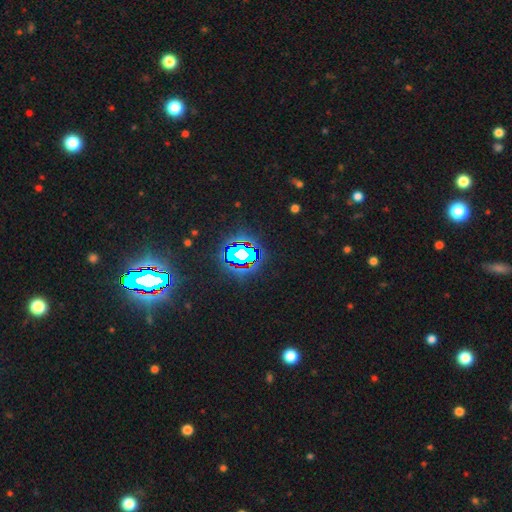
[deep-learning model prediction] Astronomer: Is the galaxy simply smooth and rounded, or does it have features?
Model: star or artifact — 85%.